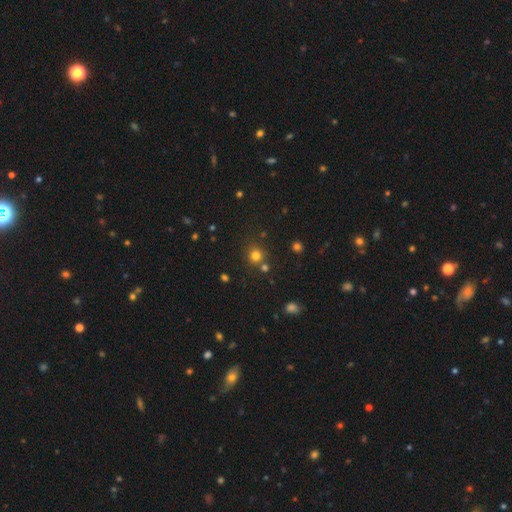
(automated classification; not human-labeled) smooth_or_featured: smooth (p=0.76) [alt: star or artifact p=0.18]
how_rounded: round (p=0.90) [alt: in between p=0.09]
merging: none (p=0.75) [alt: merger p=0.13]